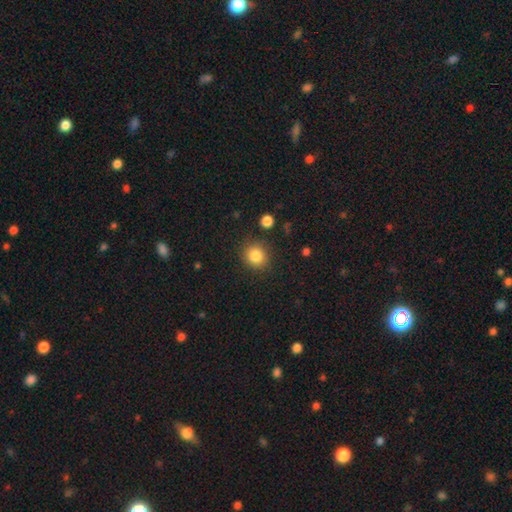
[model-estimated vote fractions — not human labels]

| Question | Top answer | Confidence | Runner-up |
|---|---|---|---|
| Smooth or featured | smooth | 84% | star or artifact (10%) |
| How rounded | round | 84% | in between (15%) |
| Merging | none | 85% | minor disturbance (9%) |